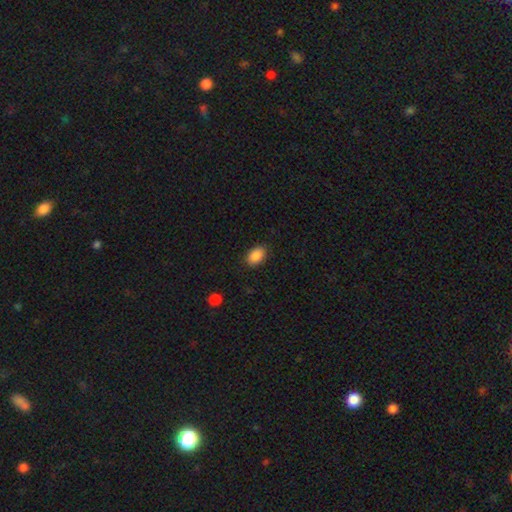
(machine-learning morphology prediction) Q: Smooth or featured?
A: smooth (89%); runner-up: star or artifact (8%)
Q: How rounded?
A: in between (88%); runner-up: round (11%)
Q: Merging?
A: none (87%); runner-up: minor disturbance (10%)